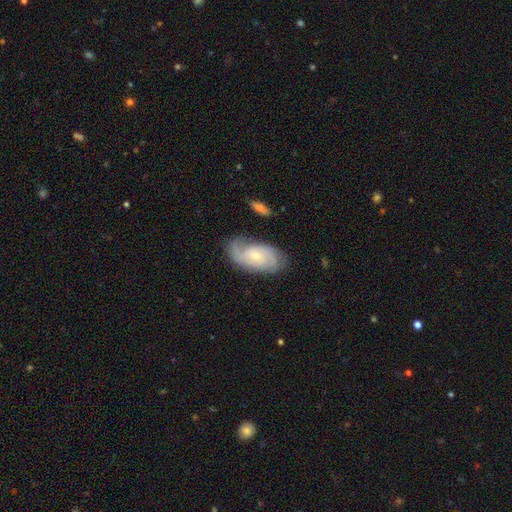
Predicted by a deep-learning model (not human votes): featured or disk 74%, smooth 19%, star or artifact 7%. Down the decision tree: edge-on disk — no (95%); bar — no (70%); spiral arms — yes (93%); spiral arm count — 2 (47%); spiral winding — tight (49%); bulge size — small (66%); merging — none (71%).